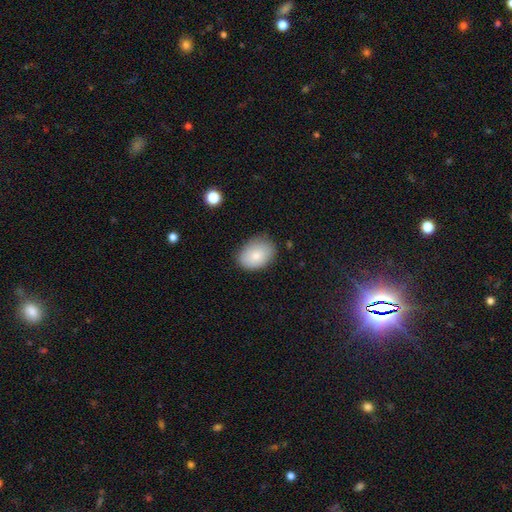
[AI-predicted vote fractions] This is clearly a smooth galaxy (82%). How rounded: likely in between (79%). Merging: likely none (79%).